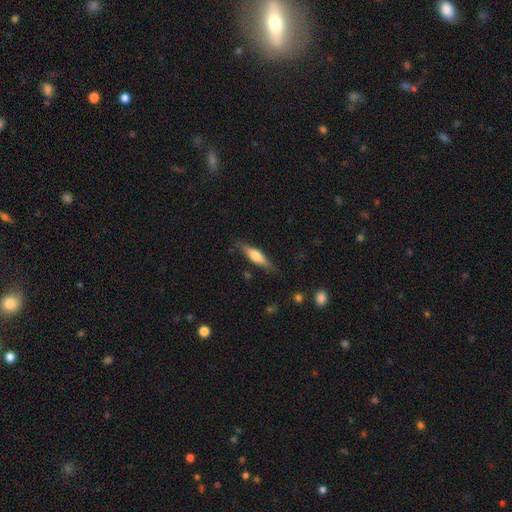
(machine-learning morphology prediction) Q: Smooth or featured?
A: featured or disk (49%); runner-up: smooth (45%)
Q: Merging?
A: none (82%); runner-up: minor disturbance (13%)